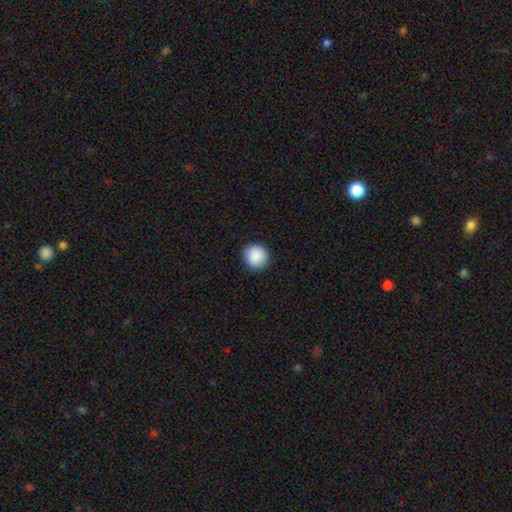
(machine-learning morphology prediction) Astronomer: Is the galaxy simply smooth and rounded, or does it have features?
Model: smooth — 89%.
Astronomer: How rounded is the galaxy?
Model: round — 93%.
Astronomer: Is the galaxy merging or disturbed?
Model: none — 90%.